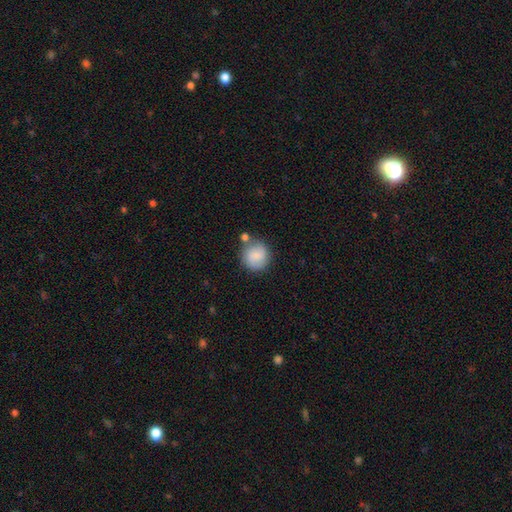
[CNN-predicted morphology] Smooth or featured: smooth — 81% (featured or disk — 12%)
How rounded: round — 91% (in between — 8%)
Merging: none — 69% (minor disturbance — 15%)